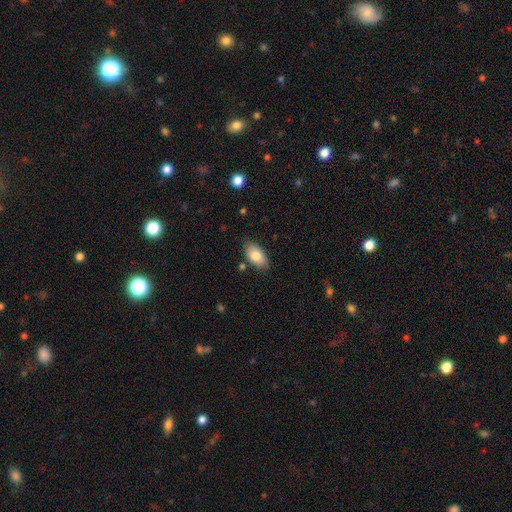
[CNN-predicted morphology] A smooth galaxy with no disk features (83%) that is in between round and cigar-shaped (94%).

Vote fractions:
- Smooth or featured? smooth: 83% / featured or disk: 10% / star or artifact: 7%
- How rounded? in between: 94% / round: 4% / cigar-shaped: 3%
- Merging? none: 81% / minor disturbance: 14% / major disturbance: 3% / merger: 3%